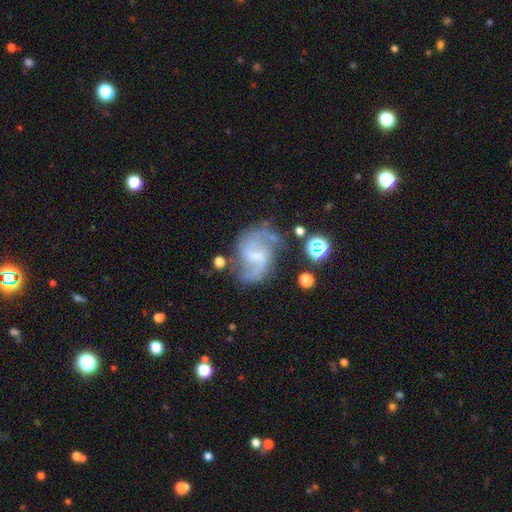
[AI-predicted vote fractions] Smooth or featured: featured or disk — 86% (star or artifact — 7%)
Edge-on disk: no — 98% (yes — 2%)
Bar: weak — 58% (no — 26%)
Spiral arms: yes — 96% (no — 4%)
Spiral winding: medium — 47% (loose — 43%)
Spiral arm count: 2 — 89% (can't tell — 4%)
Bulge size: small — 61% (moderate — 22%)
Merging: none — 66% (minor disturbance — 19%)